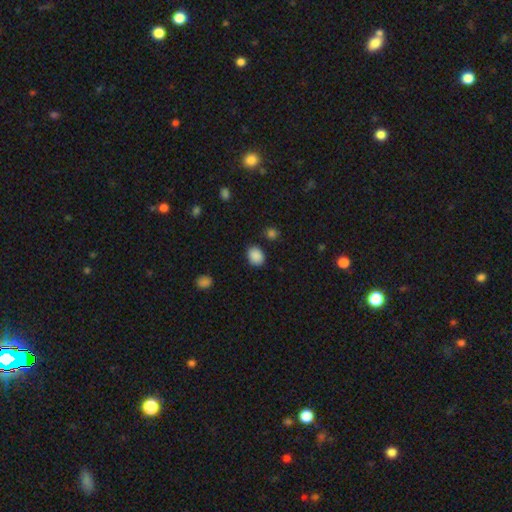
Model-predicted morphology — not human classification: Overall: smooth (88%). How rounded: round (53%; in between 46%). Merging: none (84%).